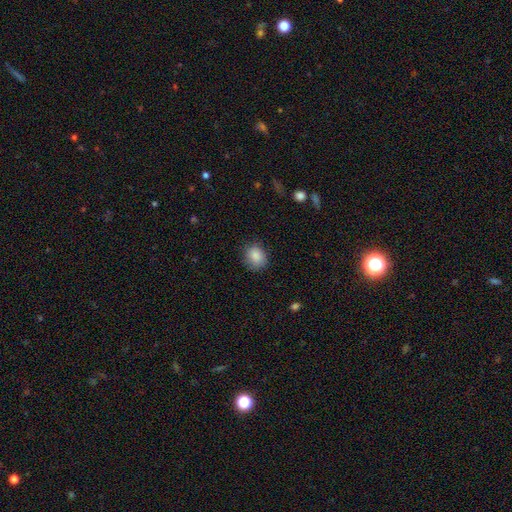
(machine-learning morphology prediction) Smooth or featured: smooth — 87% (star or artifact — 9%)
How rounded: round — 58% (in between — 41%)
Merging: none — 79% (minor disturbance — 16%)